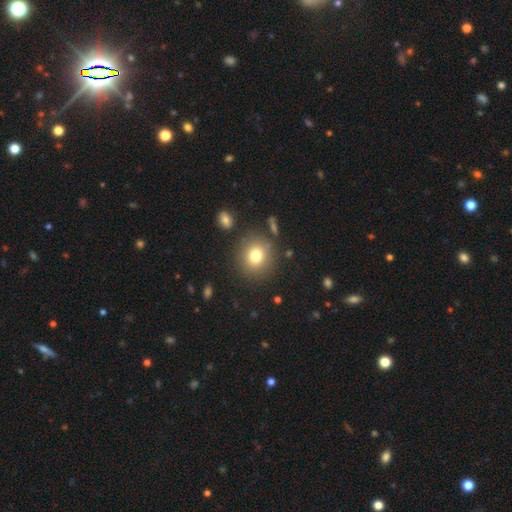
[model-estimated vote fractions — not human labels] Smooth or featured?
  - smooth: 77% *
  - star or artifact: 12%
  - featured or disk: 11%
How rounded?
  - round: 83% *
  - in between: 16%
  - cigar-shaped: 1%
Merging?
  - none: 83% *
  - minor disturbance: 9%
  - merger: 4%
  - major disturbance: 4%